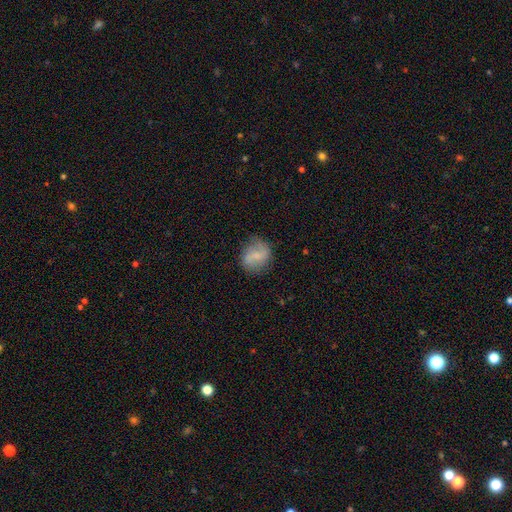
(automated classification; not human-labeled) A featured or disk galaxy (53%) with a weak bar (48%), spiral arms (86%) and a small central bulge (49%). Merging: none (75%).